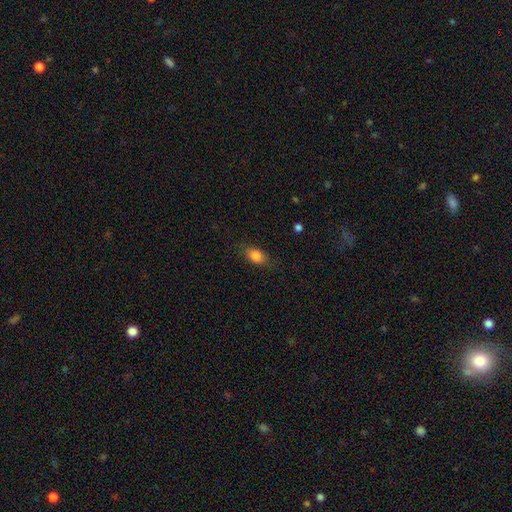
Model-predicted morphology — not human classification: Smooth or featured? smooth (83%)
How rounded? in between (81%)
Merging? none (79%)